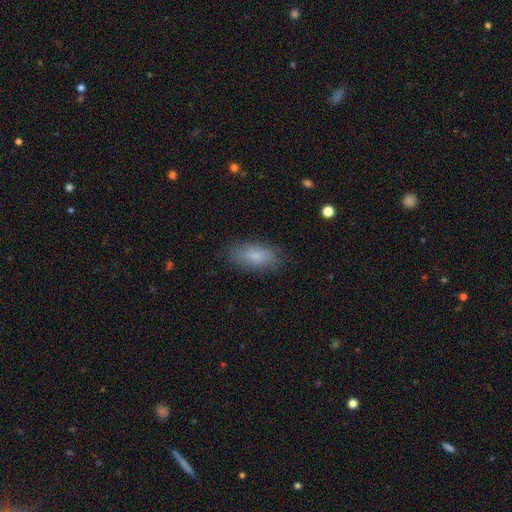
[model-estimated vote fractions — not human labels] Overall: smooth (82%). How rounded: in between (83%). Merging: none (84%).